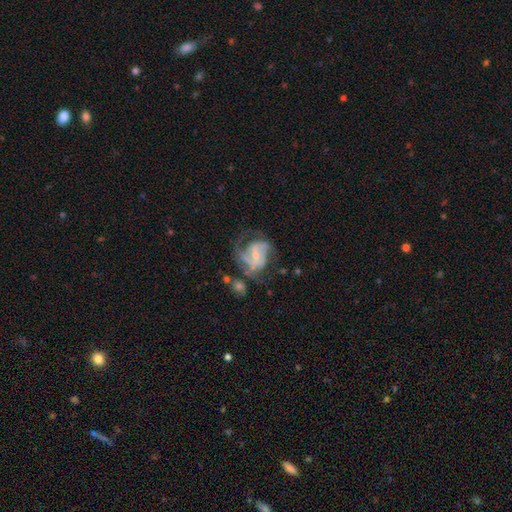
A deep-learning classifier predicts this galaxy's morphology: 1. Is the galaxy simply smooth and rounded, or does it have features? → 80% featured or disk, 13% smooth, 7% star or artifact.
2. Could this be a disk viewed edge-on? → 98% no, 2% yes.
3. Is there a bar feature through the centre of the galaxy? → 45% weak, 39% no, 16% strong.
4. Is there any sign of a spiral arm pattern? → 88% yes, 12% no.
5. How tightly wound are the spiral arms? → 47% medium, 30% tight, 24% loose.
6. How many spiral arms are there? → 45% 2, 22% can't tell, 18% 3, 9% 1, 3% 4, 3% more than 4.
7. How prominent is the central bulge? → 62% small, 32% moderate, 4% none, 2% large, 1% dominant.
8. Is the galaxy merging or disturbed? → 41% none, 29% major disturbance, 23% minor disturbance, 7% merger.